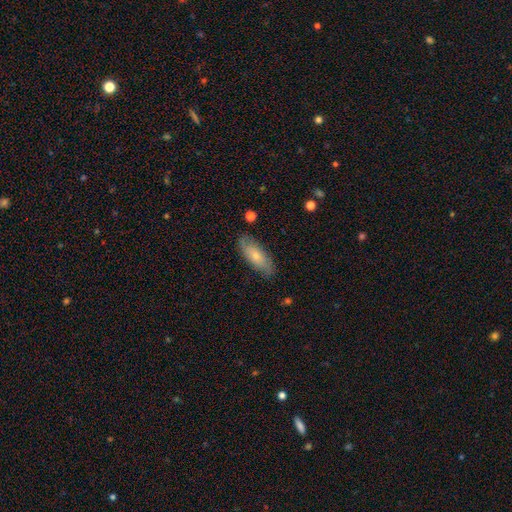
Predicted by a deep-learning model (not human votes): A smooth galaxy with no disk features (65%) that is in between round and cigar-shaped (75%). Merging: none (80%).